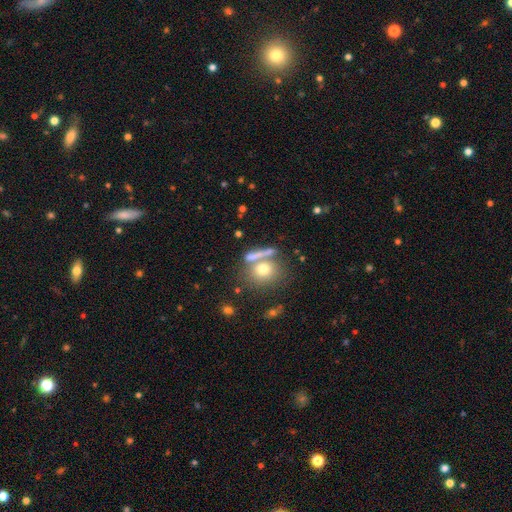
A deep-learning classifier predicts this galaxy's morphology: Q: Smooth or featured?
A: smooth (67%); runner-up: featured or disk (21%)
Q: How rounded?
A: round (55%); runner-up: in between (26%)
Q: Merging?
A: none (55%); runner-up: merger (28%)